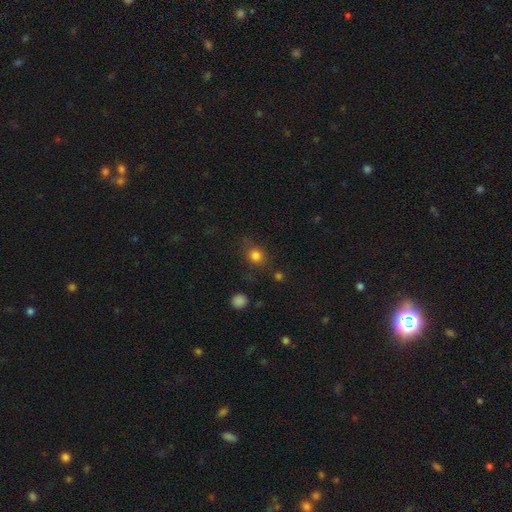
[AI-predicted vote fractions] Q: Smooth or featured?
A: smooth (79%); runner-up: star or artifact (14%)
Q: How rounded?
A: round (72%); runner-up: in between (26%)
Q: Merging?
A: none (72%); runner-up: minor disturbance (17%)